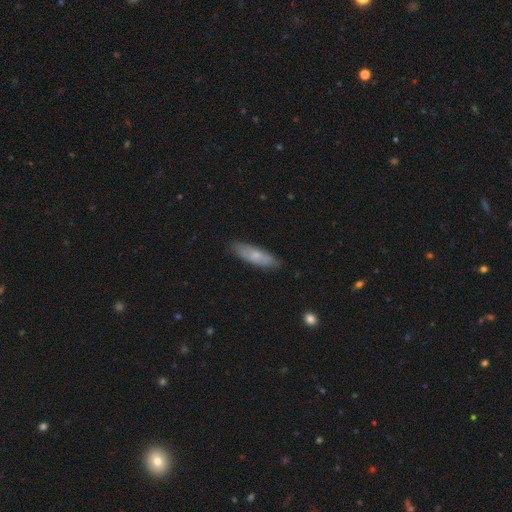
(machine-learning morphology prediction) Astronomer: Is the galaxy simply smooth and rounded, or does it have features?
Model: smooth — 62%.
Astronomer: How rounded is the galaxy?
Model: cigar-shaped — 52% (runner-up: in between, 46%).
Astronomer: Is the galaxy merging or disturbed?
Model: none — 82%.